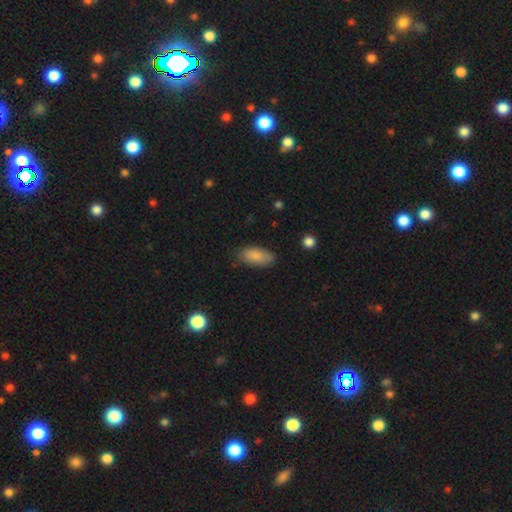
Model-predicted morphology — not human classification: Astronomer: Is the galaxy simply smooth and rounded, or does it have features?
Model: smooth — 87%.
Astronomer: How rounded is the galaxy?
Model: in between — 89%.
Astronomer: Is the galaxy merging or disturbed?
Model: none — 80%.